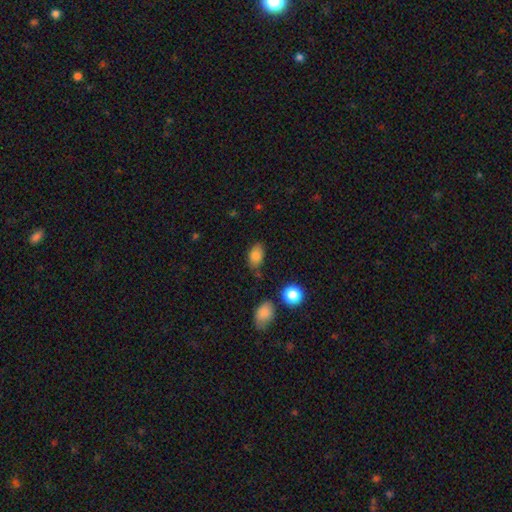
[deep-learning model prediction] Smooth or featured? smooth (81%)
How rounded? in between (87%)
Merging? none (72%)